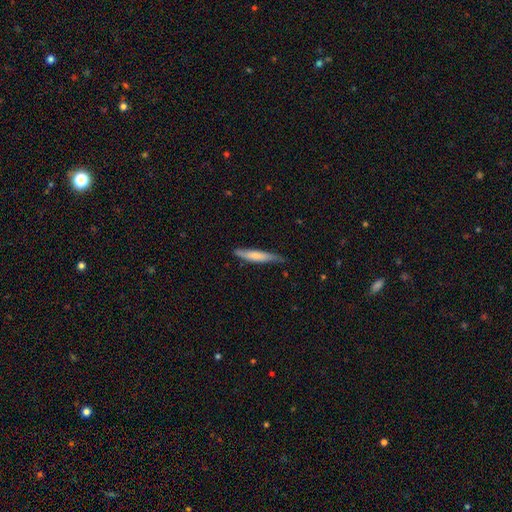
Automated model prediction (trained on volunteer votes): This is likely a smooth galaxy (66%). How rounded: clearly cigar-shaped (89%). Merging: likely none (72%).